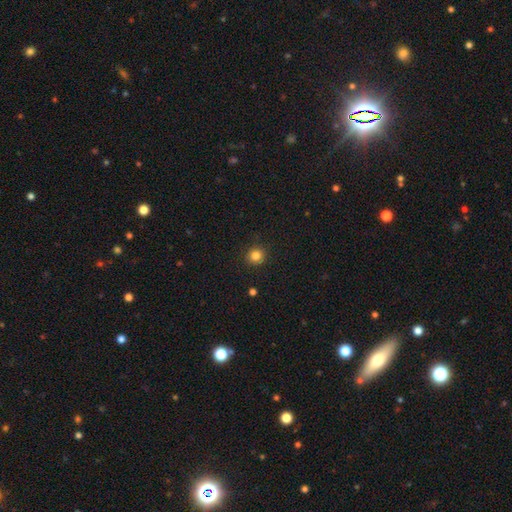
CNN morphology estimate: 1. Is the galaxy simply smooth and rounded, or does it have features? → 84% smooth, 12% star or artifact, 4% featured or disk.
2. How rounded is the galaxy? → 93% round, 6% in between, 1% cigar-shaped.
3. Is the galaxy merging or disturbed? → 92% none, 6% minor disturbance, 2% major disturbance, 1% merger.